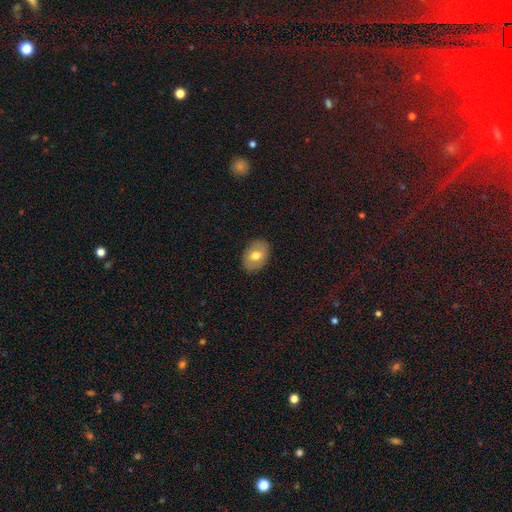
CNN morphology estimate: This is likely a smooth galaxy (65%). How rounded: likely in between (77%). Merging: clearly none (87%).